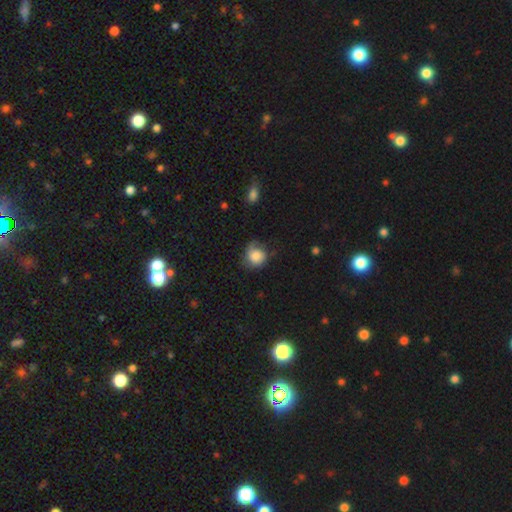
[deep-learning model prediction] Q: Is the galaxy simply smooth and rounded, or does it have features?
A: smooth — 76%.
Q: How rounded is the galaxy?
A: round — 79%.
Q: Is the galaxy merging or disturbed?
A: none — 51%.